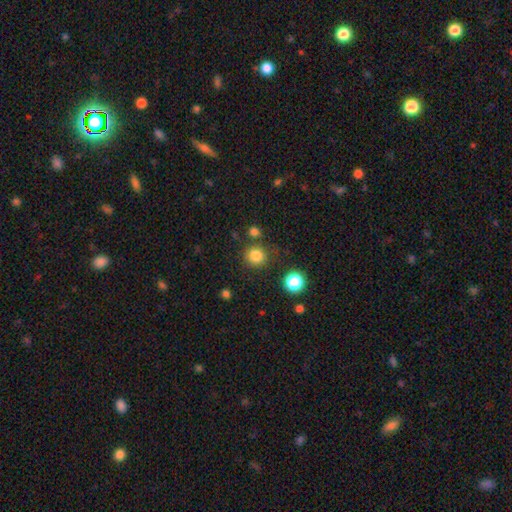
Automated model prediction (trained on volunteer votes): The model was most divided on "smooth or featured": smooth: 83%, star or artifact: 13%, featured or disk: 5%. More confident: how rounded — round (92%); merging — none (82%).